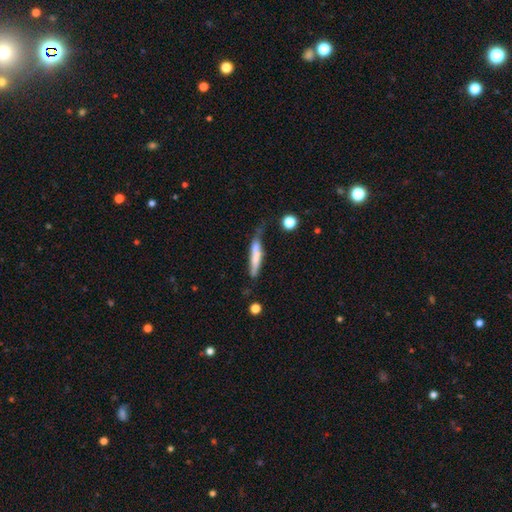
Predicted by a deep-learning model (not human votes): Smooth or featured? smooth (64%)
How rounded? cigar-shaped (88%)
Merging? none (43%)